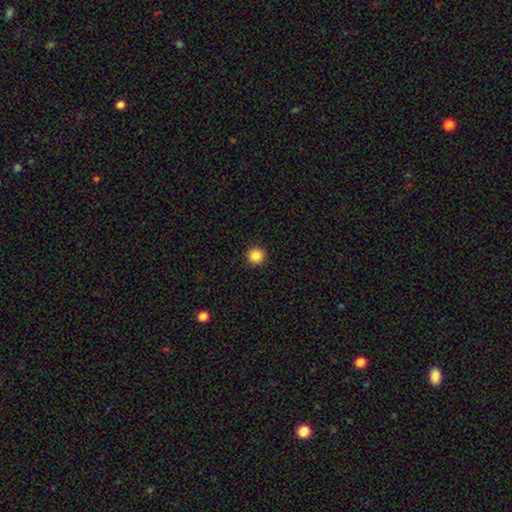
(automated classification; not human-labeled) The model was most divided on "smooth or featured": smooth: 87%, star or artifact: 10%, featured or disk: 3%. More confident: how rounded — round (96%); merging — none (93%).